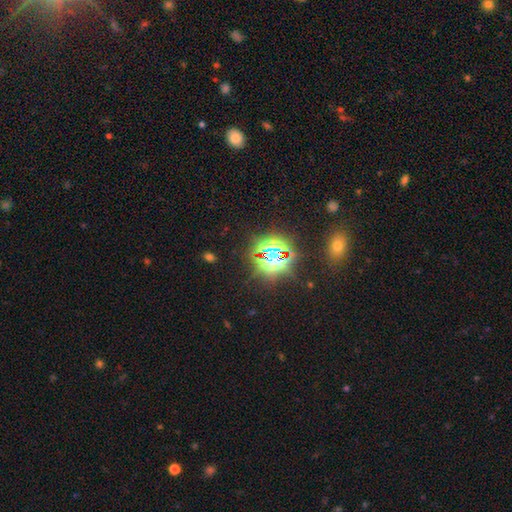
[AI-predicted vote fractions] Q: Smooth or featured?
A: star or artifact (79%); runner-up: smooth (13%)